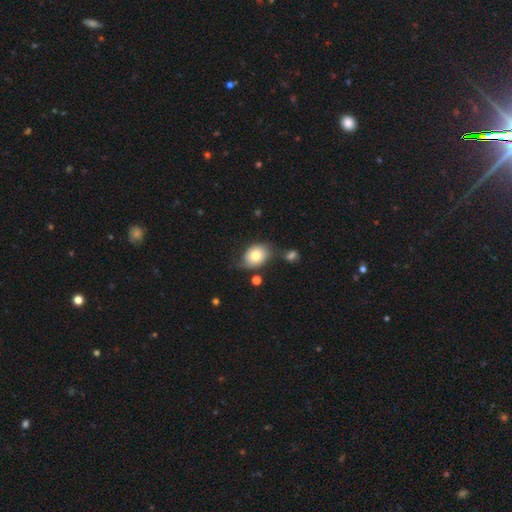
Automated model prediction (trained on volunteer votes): Q: Smooth or featured?
A: smooth (73%); runner-up: featured or disk (19%)
Q: How rounded?
A: in between (68%); runner-up: round (31%)
Q: Merging?
A: none (57%); runner-up: minor disturbance (27%)